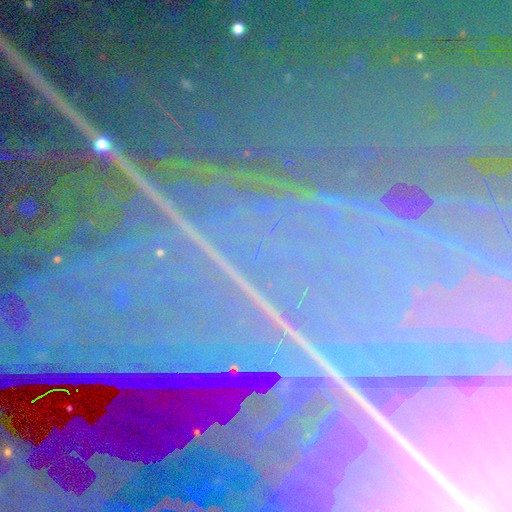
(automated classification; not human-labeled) star or artifact 89%, featured or disk 6%, smooth 5%.